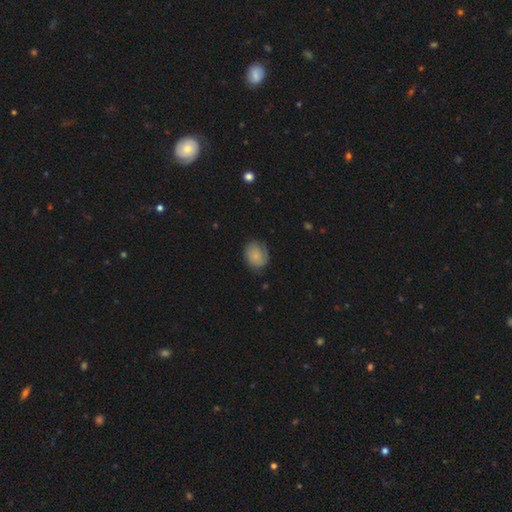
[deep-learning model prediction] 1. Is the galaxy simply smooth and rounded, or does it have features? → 68% smooth, 24% featured or disk, 8% star or artifact.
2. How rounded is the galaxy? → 53% round, 46% in between, 1% cigar-shaped.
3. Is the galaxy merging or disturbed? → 65% none, 25% minor disturbance, 8% major disturbance, 1% merger.